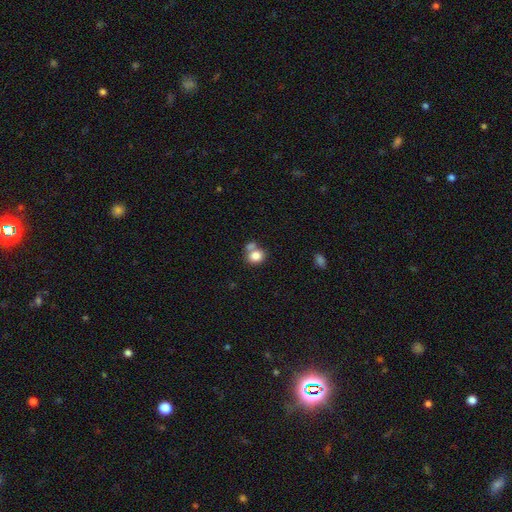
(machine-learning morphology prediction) Smooth or featured?
  - smooth: 81% *
  - star or artifact: 10%
  - featured or disk: 9%
How rounded?
  - round: 64% *
  - in between: 36%
  - cigar-shaped: 1%
Merging?
  - none: 46% *
  - merger: 38%
  - minor disturbance: 11%
  - major disturbance: 5%